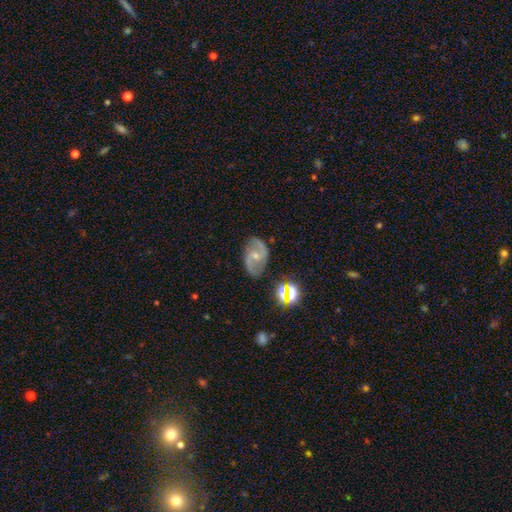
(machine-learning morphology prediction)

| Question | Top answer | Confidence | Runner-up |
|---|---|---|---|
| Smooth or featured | featured or disk | 80% | smooth (11%) |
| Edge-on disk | no | 97% | yes (3%) |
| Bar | weak | 49% | no (36%) |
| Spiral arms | yes | 94% | no (6%) |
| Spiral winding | medium | 51% | loose (32%) |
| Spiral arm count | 2 | 90% | can't tell (4%) |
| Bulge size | small | 58% | moderate (37%) |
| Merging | none | 79% | minor disturbance (15%) |